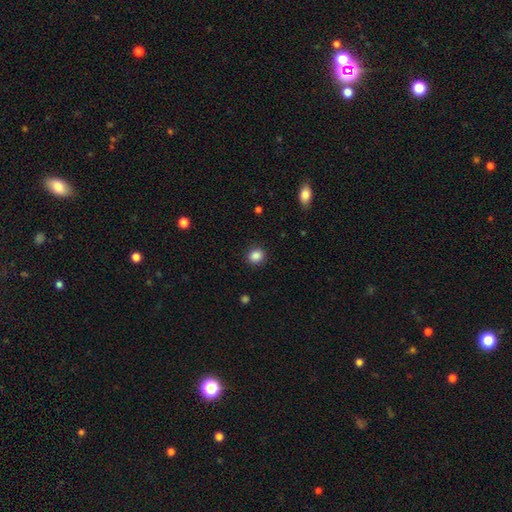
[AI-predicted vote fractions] This is clearly a smooth galaxy (87%). How rounded: likely round (79%). Merging: clearly none (90%).